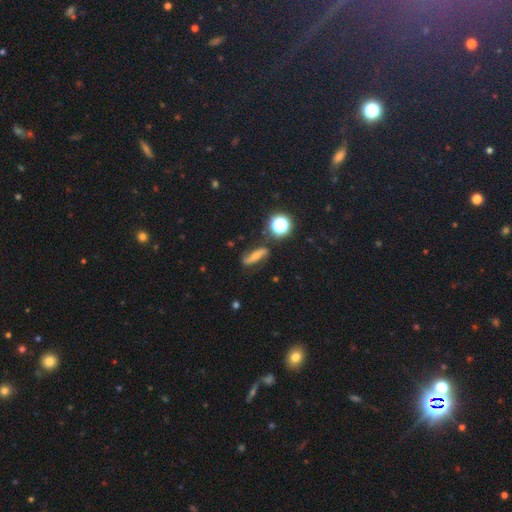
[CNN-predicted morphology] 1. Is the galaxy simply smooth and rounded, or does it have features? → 54% featured or disk, 32% smooth, 15% star or artifact.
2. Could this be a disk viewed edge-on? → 73% no, 27% yes.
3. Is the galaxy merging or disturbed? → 76% none, 15% minor disturbance, 5% major disturbance, 3% merger.